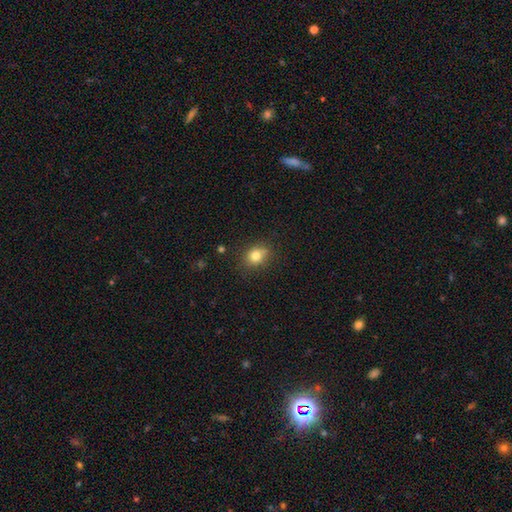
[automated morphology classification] Smooth or featured?
  - smooth: 79% *
  - star or artifact: 12%
  - featured or disk: 9%
How rounded?
  - round: 59% *
  - in between: 40%
  - cigar-shaped: 1%
Merging?
  - none: 74% *
  - minor disturbance: 18%
  - merger: 4%
  - major disturbance: 4%